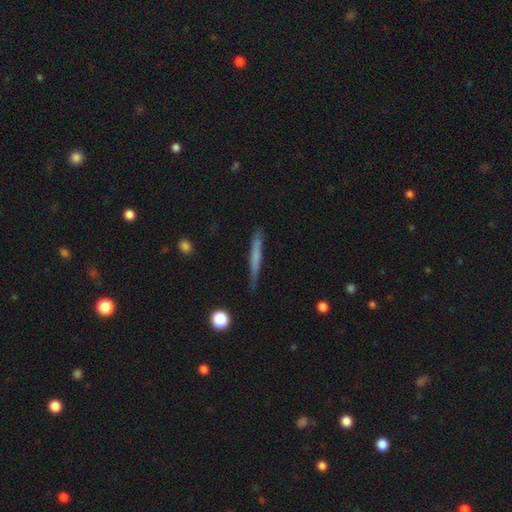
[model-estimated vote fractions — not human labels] Smooth or featured?
  - smooth: 55% *
  - featured or disk: 38%
  - star or artifact: 7%
How rounded?
  - cigar-shaped: 95% *
  - in between: 3%
  - round: 2%
Merging?
  - none: 82% *
  - minor disturbance: 14%
  - major disturbance: 3%
  - merger: 2%